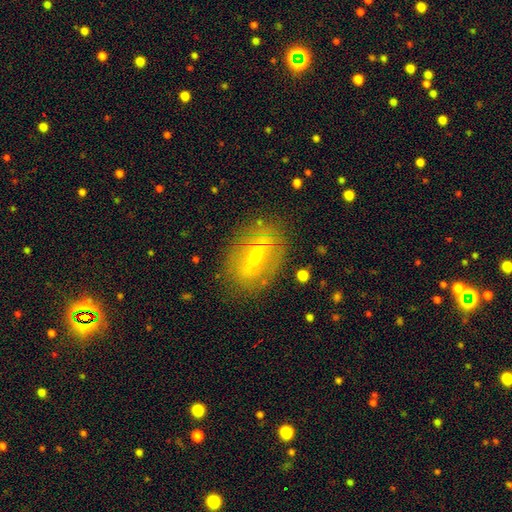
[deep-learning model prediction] A featured or disk galaxy (59%).

Vote fractions:
- Smooth or featured? featured or disk: 59% / smooth: 31% / star or artifact: 10%
- Edge-on disk? no: 82% / yes: 18%
- Merging? none: 75% / minor disturbance: 16% / major disturbance: 6% / merger: 2%